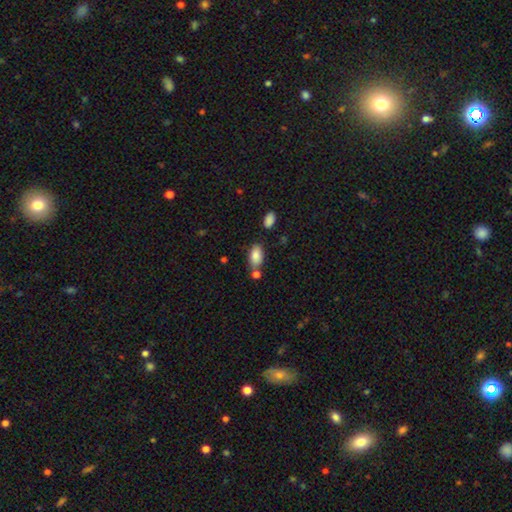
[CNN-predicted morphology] Smooth or featured? Predicted: smooth (p=0.85). How rounded? Predicted: in between (p=0.92). Merging? Predicted: none (p=0.61).